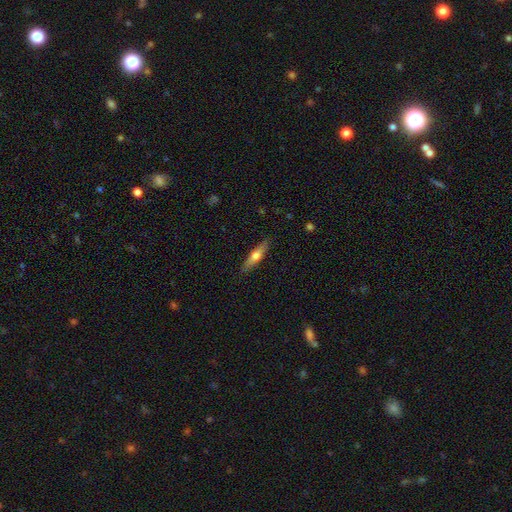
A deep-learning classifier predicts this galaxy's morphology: Q: Smooth or featured?
A: smooth (50%); runner-up: featured or disk (44%)
Q: How rounded?
A: cigar-shaped (76%); runner-up: in between (22%)
Q: Merging?
A: none (88%); runner-up: minor disturbance (9%)